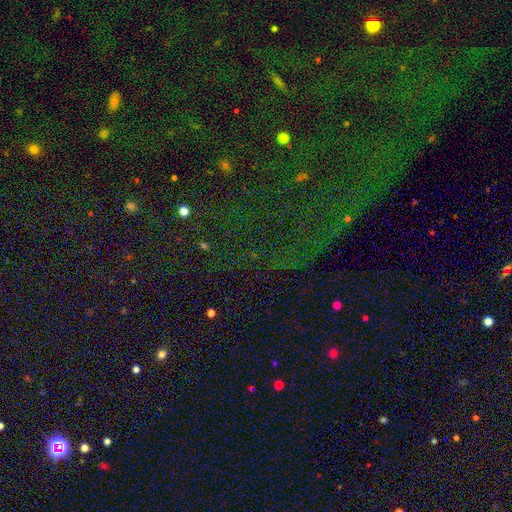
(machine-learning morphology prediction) The model was most divided on "smooth or featured": star or artifact: 81%, smooth: 11%, featured or disk: 8%.